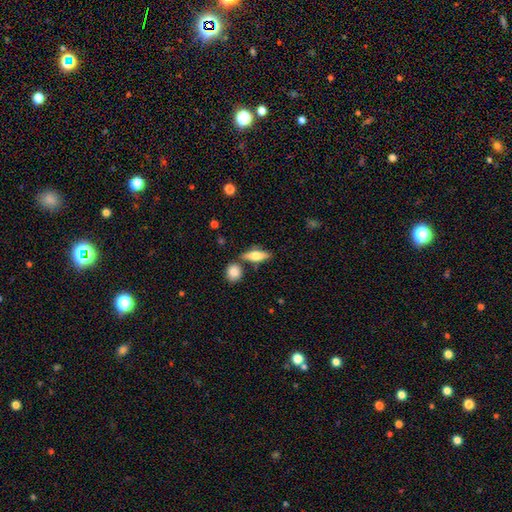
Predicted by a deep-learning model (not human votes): A smooth galaxy with no disk features (59%) that is in between round and cigar-shaped (58%). Merging: none (73%).